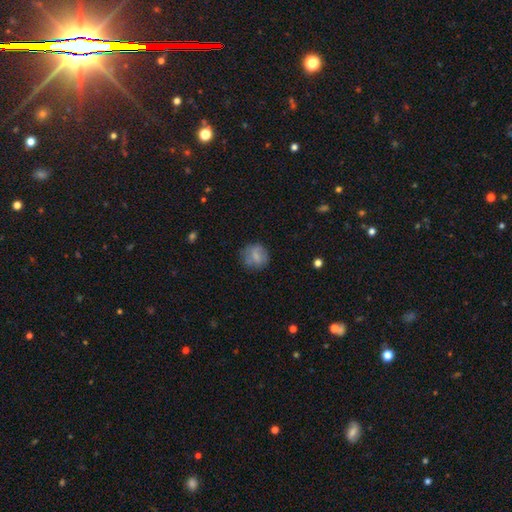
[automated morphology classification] Smooth or featured? Predicted: smooth (p=0.71). How rounded? Predicted: round (p=0.84). Merging? Predicted: none (p=0.71).